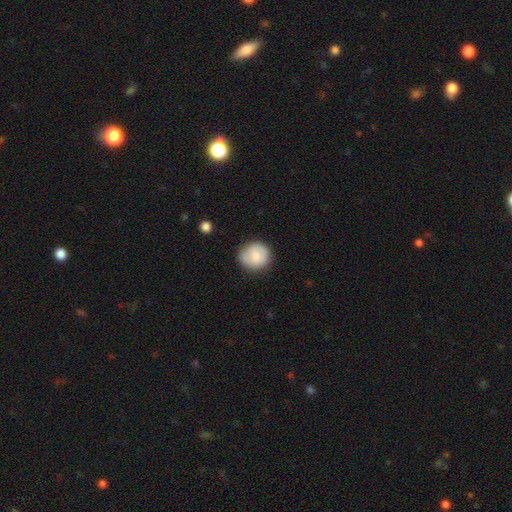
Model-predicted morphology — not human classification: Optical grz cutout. It shows a smooth galaxy with no disk features (82%) that is round (88%). Merging: none (78%).